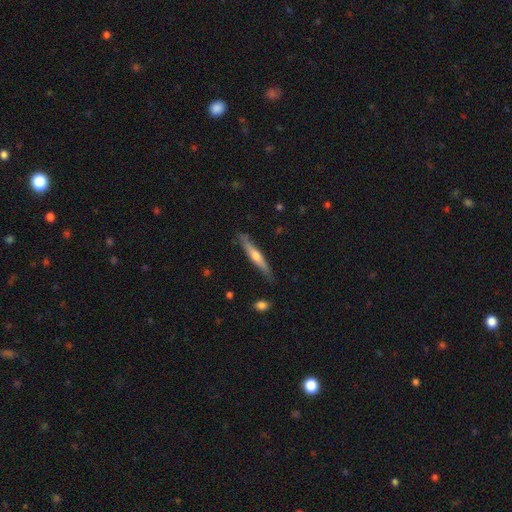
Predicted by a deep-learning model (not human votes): Smooth or featured?
  - featured or disk: 54% *
  - smooth: 40%
  - star or artifact: 6%
Edge-on disk?
  - yes: 95% *
  - no: 5%
Edge-on bulge?
  - rounded: 80% *
  - none: 14%
  - boxy: 6%
Merging?
  - none: 80% *
  - minor disturbance: 15%
  - major disturbance: 3%
  - merger: 2%